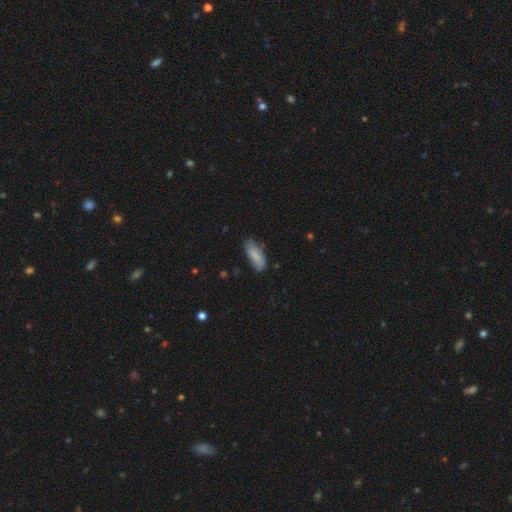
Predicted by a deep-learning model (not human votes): A smooth galaxy with no disk features (76%) that is in between round and cigar-shaped (78%). Merging: none (71%).